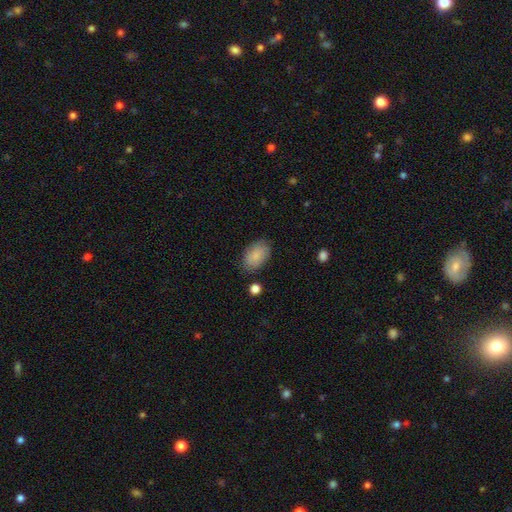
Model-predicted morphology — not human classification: The model was most divided on "merging": none: 78%, minor disturbance: 16%, major disturbance: 4%, merger: 2%. More confident: how rounded — in between (89%); smooth or featured — smooth (79%).